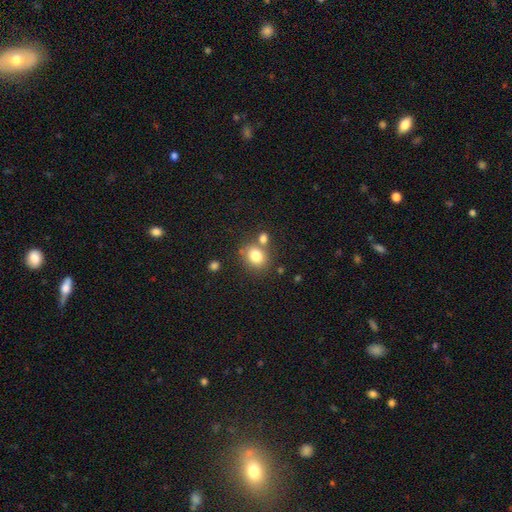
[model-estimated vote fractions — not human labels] Q: Smooth or featured?
A: smooth (80%); runner-up: star or artifact (11%)
Q: How rounded?
A: round (61%); runner-up: in between (38%)
Q: Merging?
A: none (64%); runner-up: merger (21%)